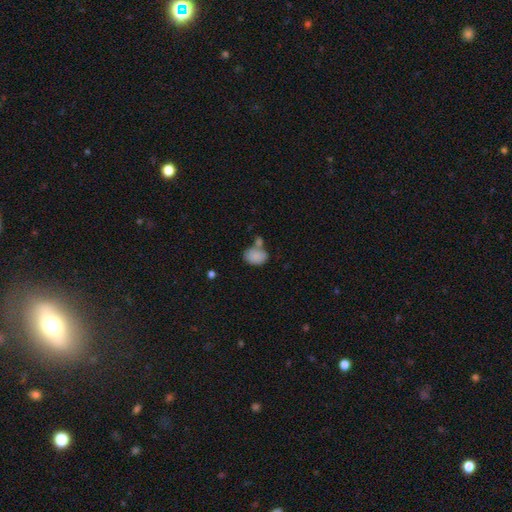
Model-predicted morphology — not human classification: The model was most divided on "merging": none: 45%, merger: 31%, minor disturbance: 18%, major disturbance: 6%. More confident: smooth or featured — smooth (83%); how rounded — in between (76%).